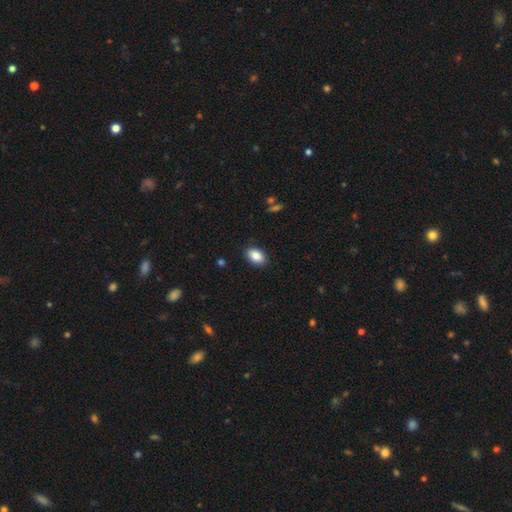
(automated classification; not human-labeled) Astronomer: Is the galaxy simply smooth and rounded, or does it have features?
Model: smooth — 88%.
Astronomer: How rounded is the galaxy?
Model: in between — 87%.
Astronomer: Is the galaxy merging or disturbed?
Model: none — 89%.